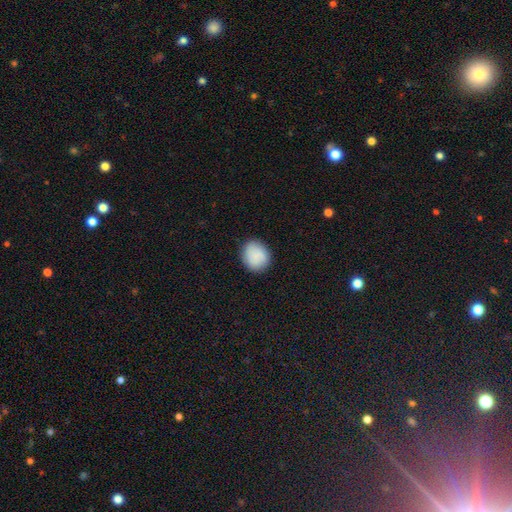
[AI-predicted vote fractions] A smooth galaxy with no disk features (88%) that is round (67%).

Vote fractions:
- Smooth or featured? smooth: 88% / star or artifact: 7% / featured or disk: 5%
- How rounded? round: 67% / in between: 33% / cigar-shaped: 1%
- Merging? none: 85% / minor disturbance: 12% / major disturbance: 3% / merger: 1%